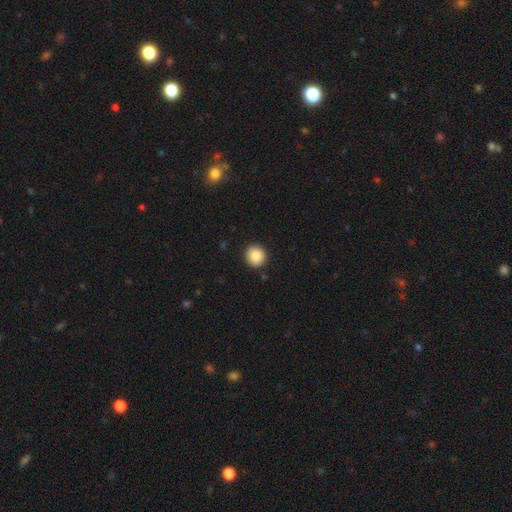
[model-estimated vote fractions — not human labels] Smooth or featured? smooth (88%)
How rounded? round (90%)
Merging? none (91%)